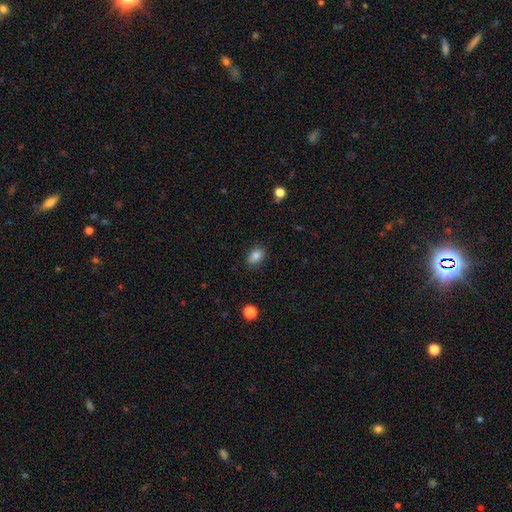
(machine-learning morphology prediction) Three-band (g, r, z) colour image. It shows a smooth galaxy with no disk features (85%) that is in between round and cigar-shaped (81%). Merging: none (81%).